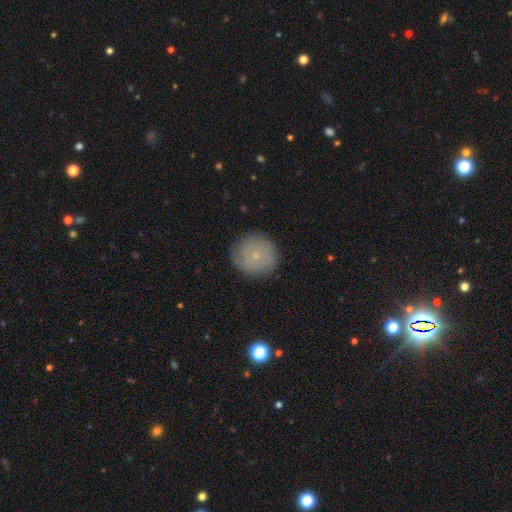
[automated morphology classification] smooth 69%, featured or disk 22%, star or artifact 9%. Down the decision tree: how rounded — round (93%); merging — none (87%).